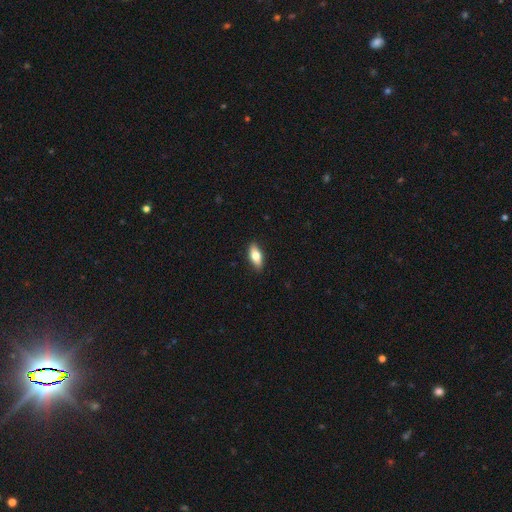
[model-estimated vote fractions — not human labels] smooth_or_featured: smooth (p=0.70) [alt: featured or disk p=0.23]
how_rounded: in between (p=0.79) [alt: cigar-shaped p=0.17]
merging: none (p=0.89) [alt: minor disturbance p=0.08]